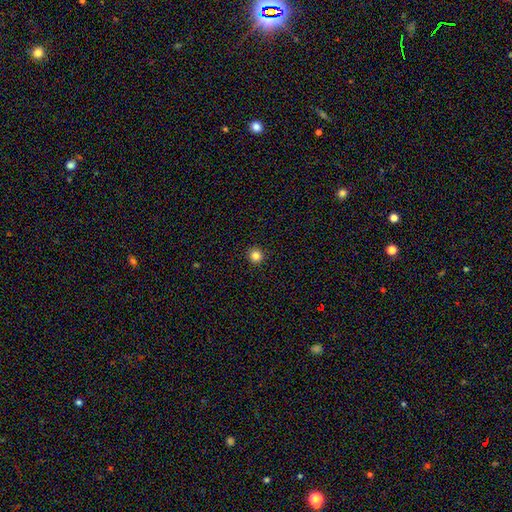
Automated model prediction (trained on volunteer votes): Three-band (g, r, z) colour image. It shows a smooth galaxy with no disk features (83%) that is round (95%). Merging: none (93%).